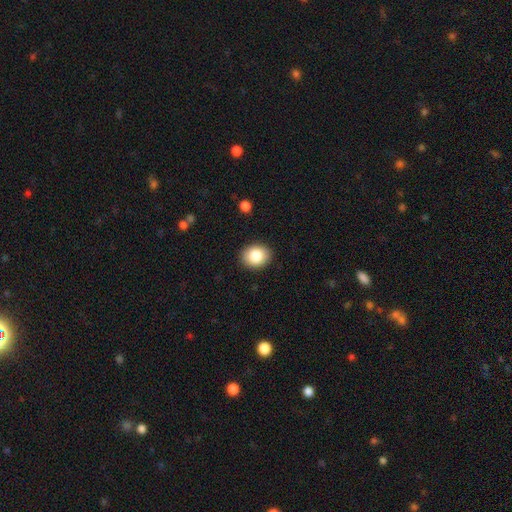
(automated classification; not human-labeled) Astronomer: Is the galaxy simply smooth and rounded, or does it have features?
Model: smooth — 85%.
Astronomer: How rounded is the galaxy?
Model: round — 52% (runner-up: in between, 48%).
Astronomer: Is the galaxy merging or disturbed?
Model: none — 90%.